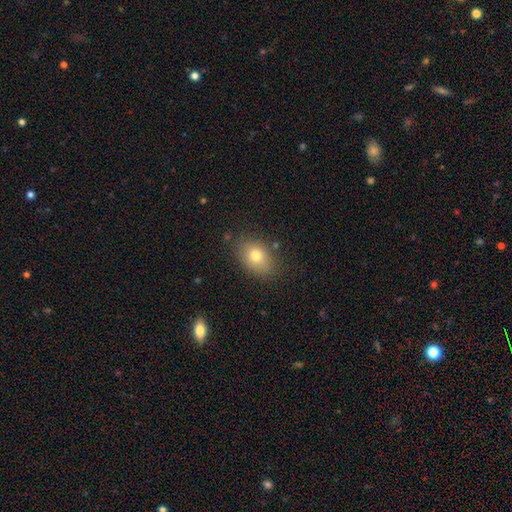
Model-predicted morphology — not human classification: Q: Smooth or featured?
A: smooth (77%); runner-up: featured or disk (13%)
Q: How rounded?
A: in between (75%); runner-up: round (24%)
Q: Merging?
A: none (81%); runner-up: minor disturbance (14%)